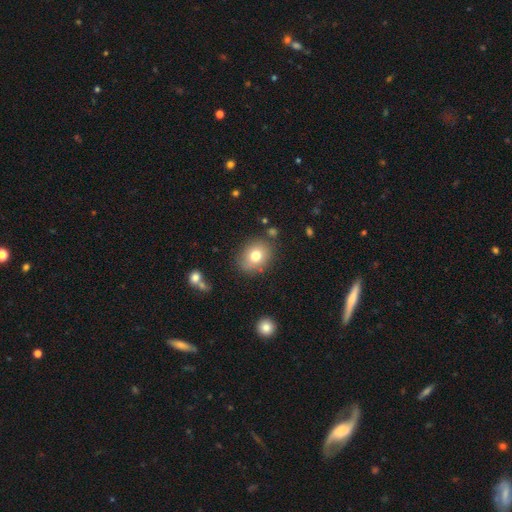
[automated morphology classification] The model was most divided on "how rounded": round: 52%, in between: 47%, cigar-shaped: 1%. More confident: merging — none (81%); smooth or featured — smooth (77%).